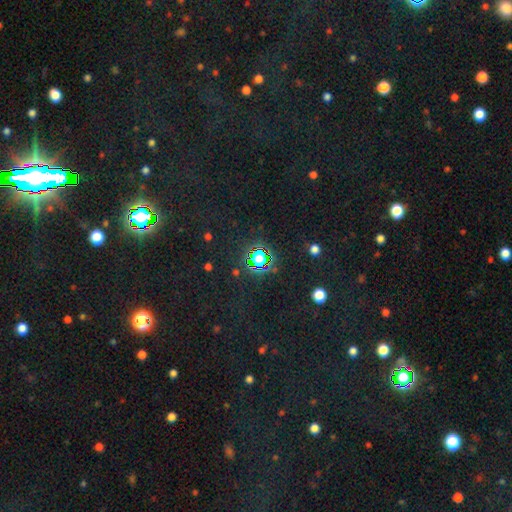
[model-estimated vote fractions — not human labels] The model was most divided on "smooth or featured": star or artifact: 71%, smooth: 19%, featured or disk: 10%.